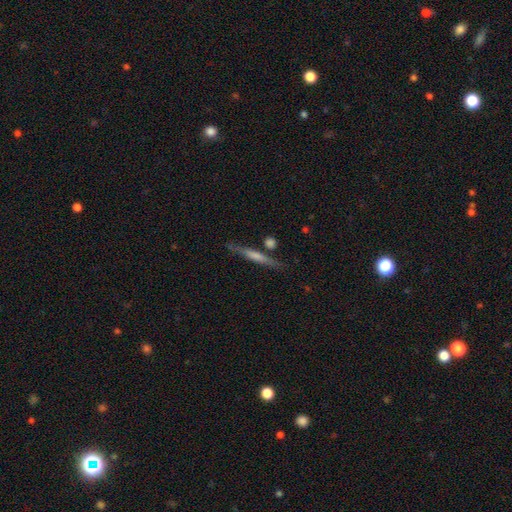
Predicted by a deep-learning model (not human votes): This is possibly a featured or disk galaxy (55%). It is clearly viewed edge-on (95%). Edge-on bulge: marginally none (40%). Merging: likely none (80%).